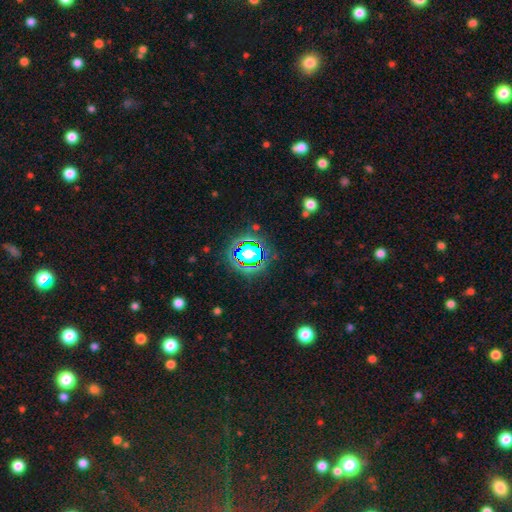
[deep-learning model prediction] smooth_or_featured: star or artifact (p=0.78) [alt: smooth p=0.14]